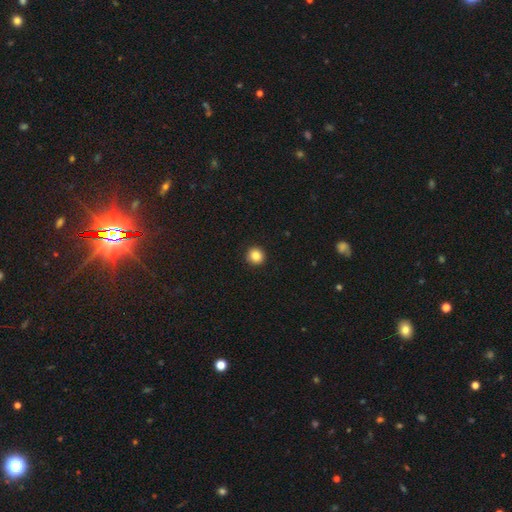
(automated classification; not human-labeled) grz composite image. It shows a smooth galaxy with no disk features (86%) that is round (94%). Merging: none (93%).